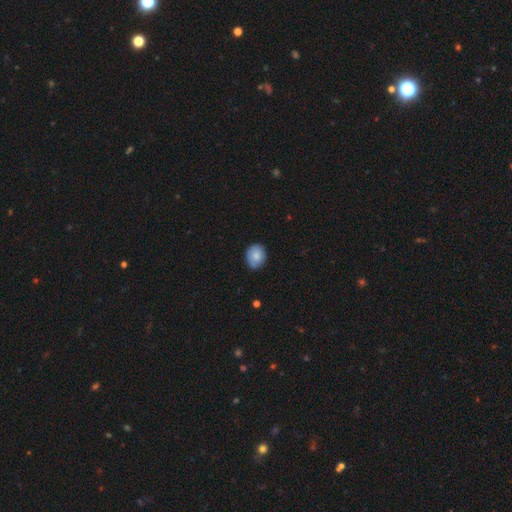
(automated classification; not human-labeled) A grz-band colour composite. It shows a smooth galaxy with no disk features (83%) that is round (58%). Merging: none (82%).